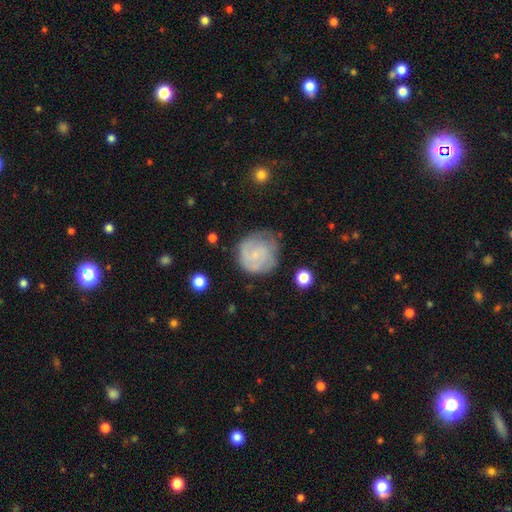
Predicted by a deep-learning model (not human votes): This appears to be a featured or disk galaxy (49%). Merging: none (59%).